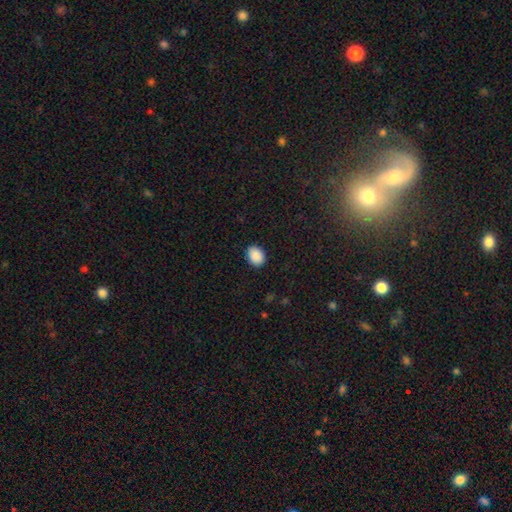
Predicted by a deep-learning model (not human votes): Smooth or featured? smooth (90%)
How rounded? in between (69%)
Merging? none (88%)